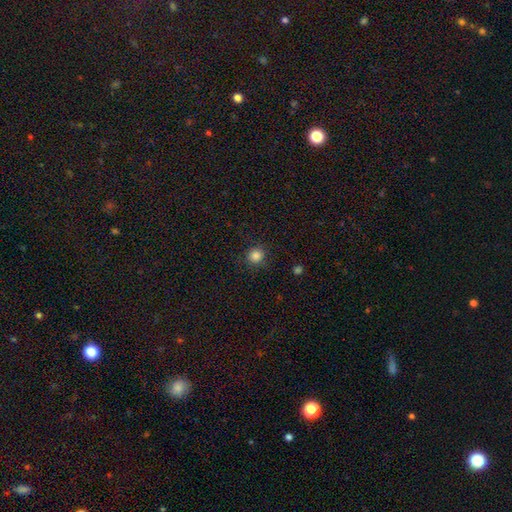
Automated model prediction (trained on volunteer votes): Overall: smooth (85%). How rounded: round (90%). Merging: none (87%).